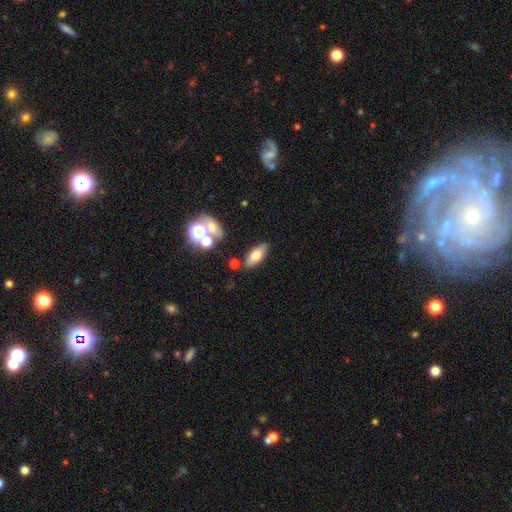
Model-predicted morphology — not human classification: The model was most divided on "smooth or featured": smooth: 65%, featured or disk: 25%, star or artifact: 10%. More confident: merging — none (79%); how rounded — in between (73%).